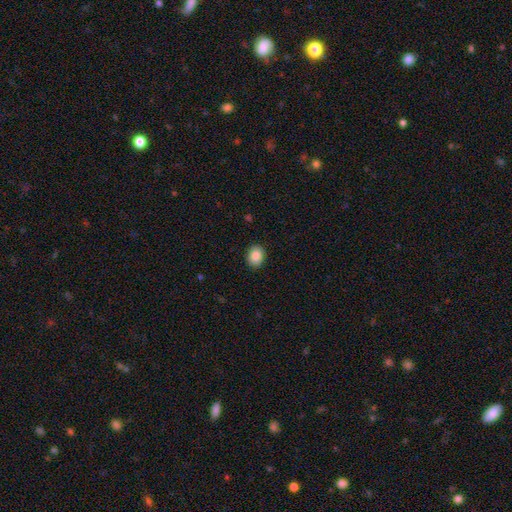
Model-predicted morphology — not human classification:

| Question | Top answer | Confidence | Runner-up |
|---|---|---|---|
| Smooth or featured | smooth | 86% | star or artifact (8%) |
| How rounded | in between | 55% | round (44%) |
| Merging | none | 89% | minor disturbance (8%) |